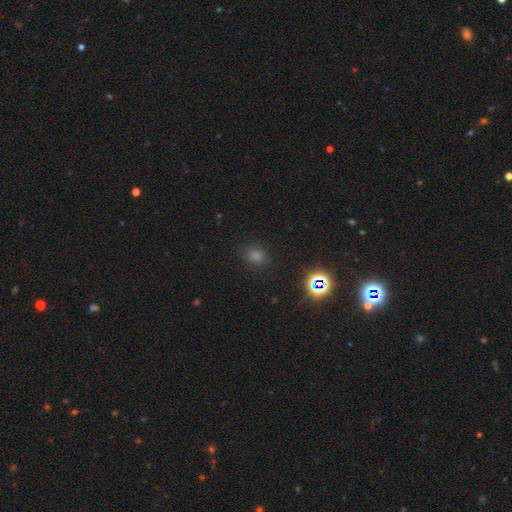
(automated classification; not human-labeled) This appears to be a smooth galaxy with no disk features (63%) that is round (71%). Merging: none (86%).